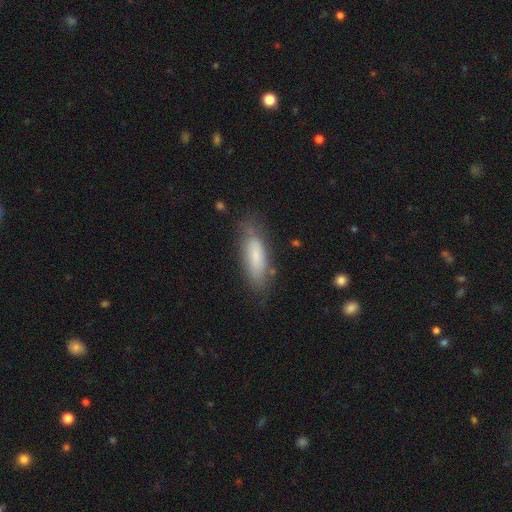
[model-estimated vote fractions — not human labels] A smooth galaxy with no disk features (73%) that is in between round and cigar-shaped (56%). Merging: none (71%).